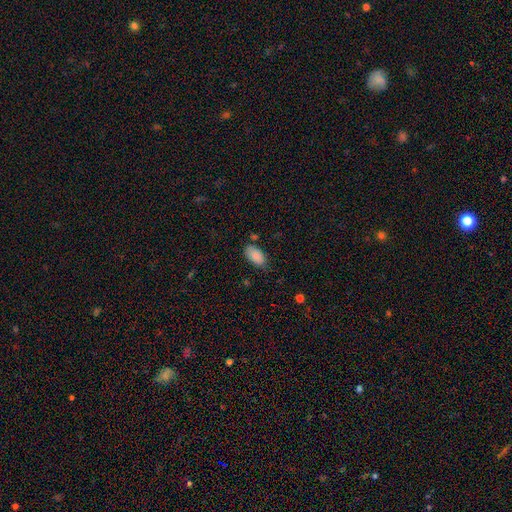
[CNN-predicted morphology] The model was most divided on "merging": none: 73%, minor disturbance: 19%, merger: 4%, major disturbance: 4%. More confident: how rounded — in between (95%); smooth or featured — smooth (86%).